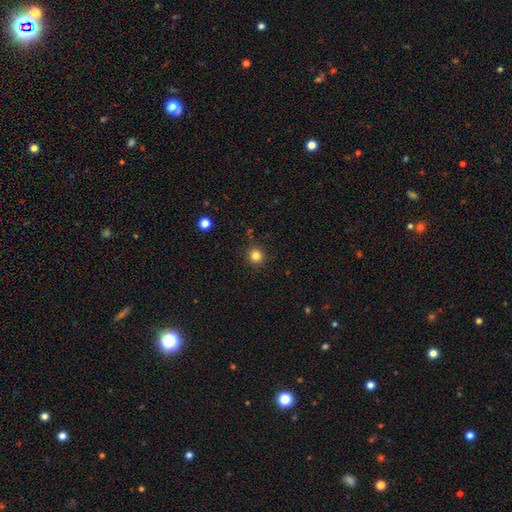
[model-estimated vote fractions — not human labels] smooth 83%, star or artifact 12%, featured or disk 5%. Down the decision tree: how rounded — round (92%); merging — none (90%).